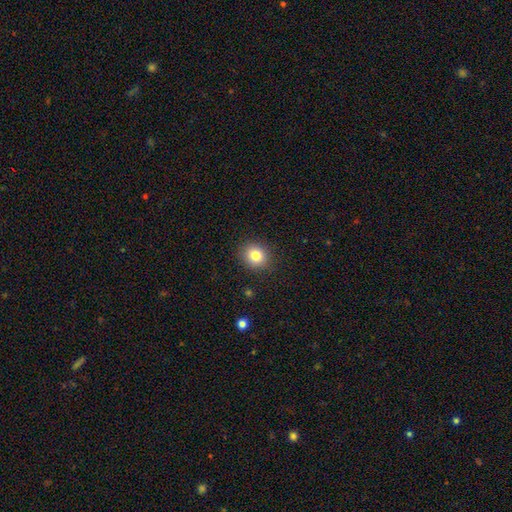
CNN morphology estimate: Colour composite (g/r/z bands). It shows a smooth galaxy with no disk features (81%) that is round (78%). Merging: none (89%).